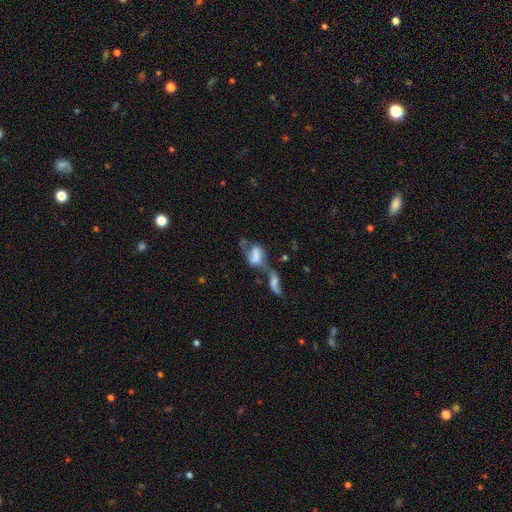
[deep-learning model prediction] Smooth or featured? Predicted: featured or disk (p=0.51). Edge-on disk? Predicted: no (p=0.95). Merging? Predicted: merger (p=0.66).